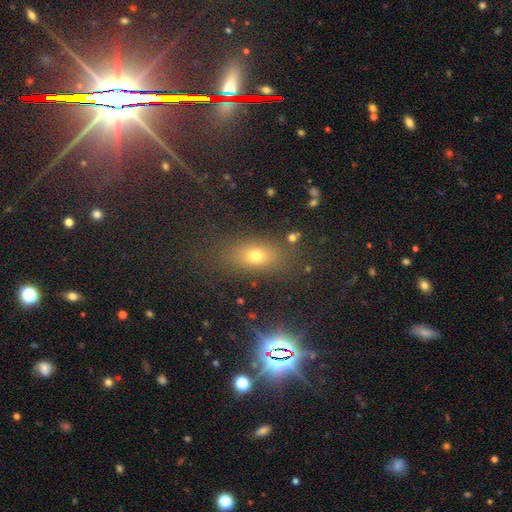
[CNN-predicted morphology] Overall: smooth (55%; star or artifact 31%). How rounded: in between (73%). Merging: none (82%).